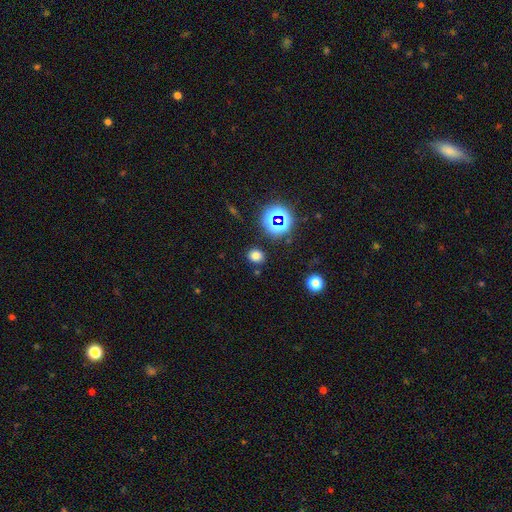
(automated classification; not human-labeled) This is likely a smooth galaxy (72%). How rounded: likely round (67%). Merging: clearly none (85%).